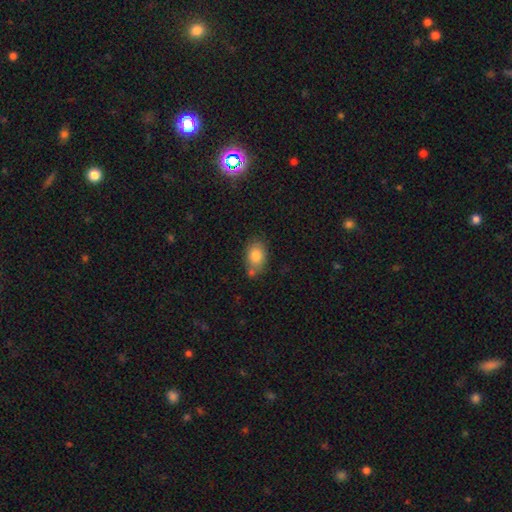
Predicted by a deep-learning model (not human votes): Smooth or featured? smooth (81%)
How rounded? in between (80%)
Merging? none (63%)